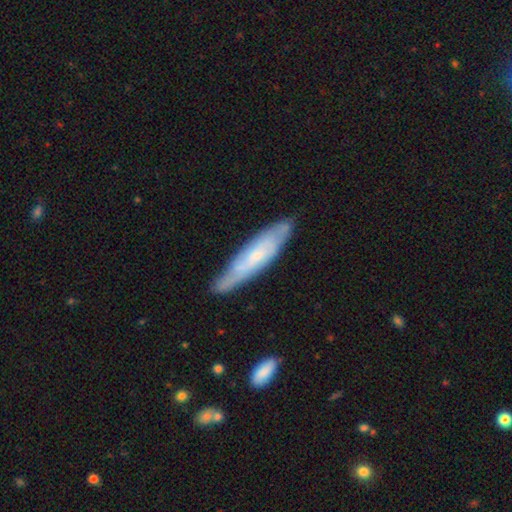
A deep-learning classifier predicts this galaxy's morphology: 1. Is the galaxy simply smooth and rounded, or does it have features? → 55% featured or disk, 40% smooth, 6% star or artifact.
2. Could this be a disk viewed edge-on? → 56% no, 44% yes.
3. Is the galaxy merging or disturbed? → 76% none, 18% minor disturbance, 3% major disturbance, 2% merger.